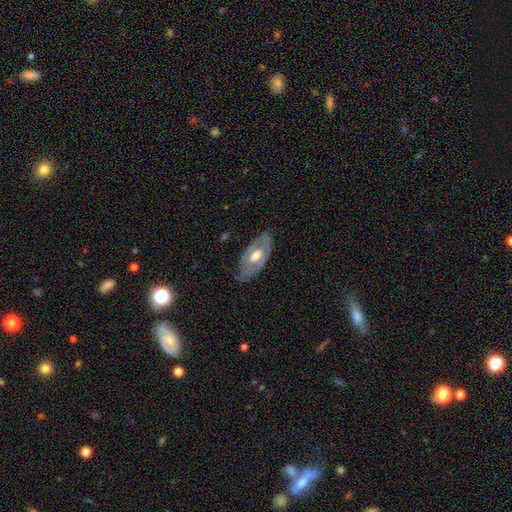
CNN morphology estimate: smooth_or_featured: featured or disk (p=0.58) [alt: smooth p=0.37]
disk_edge_on: no (p=0.82) [alt: yes p=0.18]
merging: none (p=0.72) [alt: minor disturbance p=0.21]